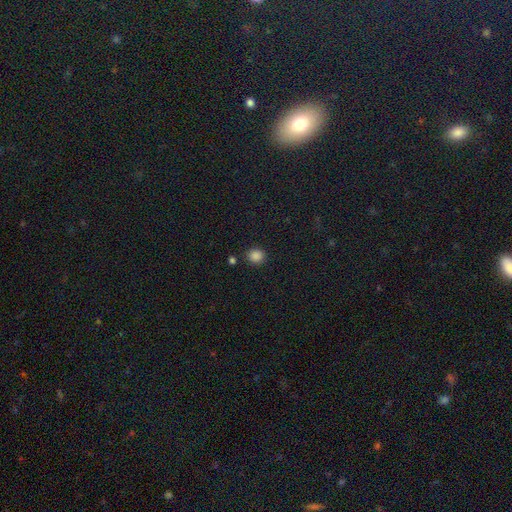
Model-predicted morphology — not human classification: smooth_or_featured: smooth (p=0.85) [alt: star or artifact p=0.12]
how_rounded: round (p=0.79) [alt: in between p=0.20]
merging: none (p=0.86) [alt: minor disturbance p=0.08]